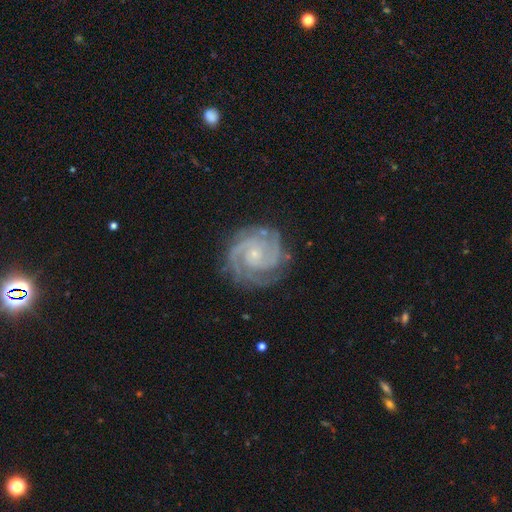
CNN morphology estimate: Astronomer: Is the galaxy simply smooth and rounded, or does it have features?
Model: featured or disk — 90%.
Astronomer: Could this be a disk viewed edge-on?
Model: no — 98%.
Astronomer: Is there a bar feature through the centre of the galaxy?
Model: no — 67%.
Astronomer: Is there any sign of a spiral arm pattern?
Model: yes — 99%.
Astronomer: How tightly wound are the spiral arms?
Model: tight — 75%.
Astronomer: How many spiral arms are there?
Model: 2 — 46% (runner-up: 3, 28%).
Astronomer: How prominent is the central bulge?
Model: small — 72%.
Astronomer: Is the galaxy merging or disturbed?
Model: none — 82%.